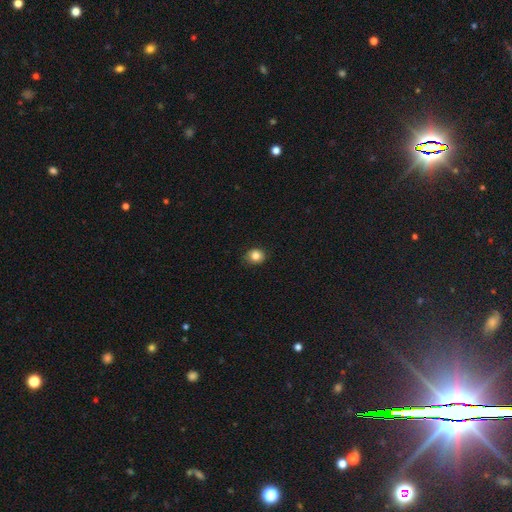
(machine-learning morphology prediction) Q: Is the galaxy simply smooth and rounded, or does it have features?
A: smooth — 84%.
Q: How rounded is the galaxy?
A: round — 73%.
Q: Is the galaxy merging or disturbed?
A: none — 83%.